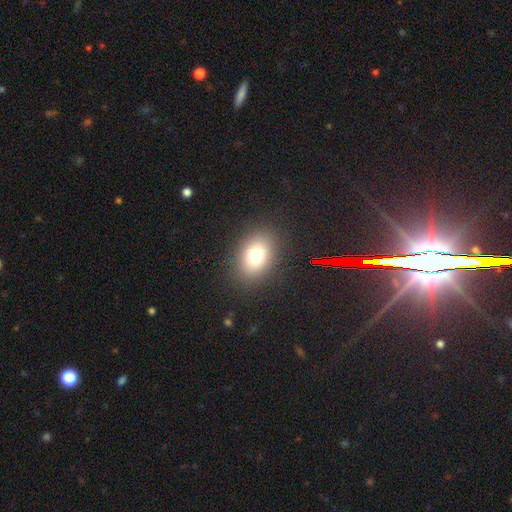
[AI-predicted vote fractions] smooth_or_featured: smooth (p=0.75) [alt: star or artifact p=0.14]
how_rounded: in between (p=0.69) [alt: round p=0.29]
merging: none (p=0.87) [alt: minor disturbance p=0.08]